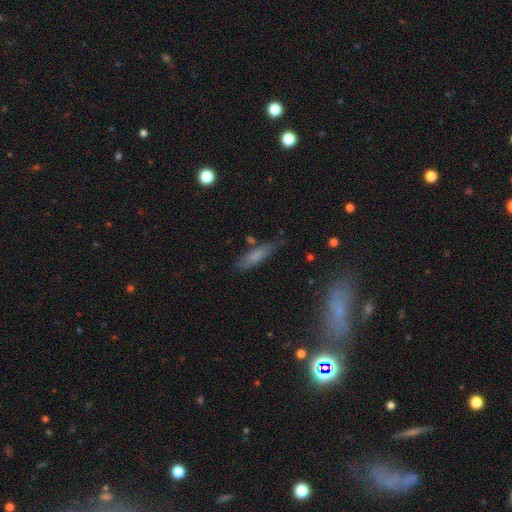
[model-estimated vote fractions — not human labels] smooth-or-featured: smooth: 72% | featured or disk: 19% | star or artifact: 9%
  how-rounded: cigar-shaped: 71% | in between: 27% | round: 2%
  merging: none: 76% | minor disturbance: 16% | merger: 5% | major disturbance: 4%